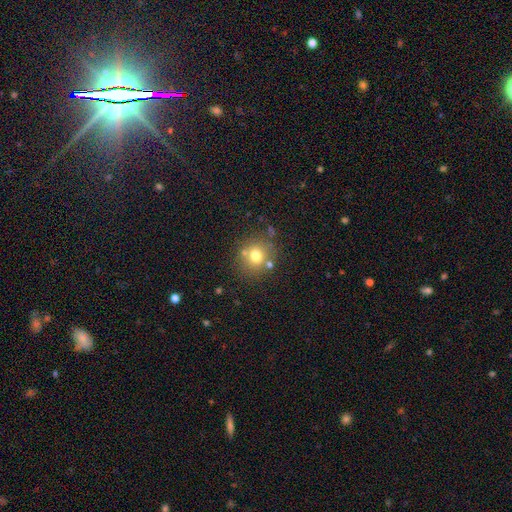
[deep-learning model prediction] smooth 71%, star or artifact 15%, featured or disk 15%. Down the decision tree: how rounded — round (86%); merging — none (73%).